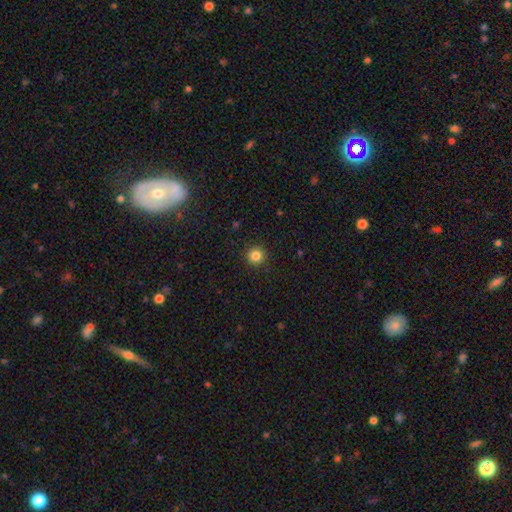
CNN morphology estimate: smooth 84%, star or artifact 12%, featured or disk 4%. Down the decision tree: how rounded — round (96%); merging — none (93%).